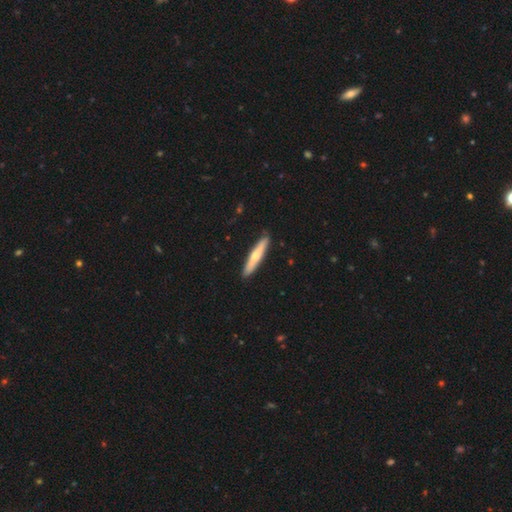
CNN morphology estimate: Smooth or featured?
  - smooth: 51% *
  - featured or disk: 44%
  - star or artifact: 5%
How rounded?
  - cigar-shaped: 91% *
  - in between: 8%
  - round: 1%
Merging?
  - none: 91% *
  - minor disturbance: 7%
  - major disturbance: 1%
  - merger: 1%